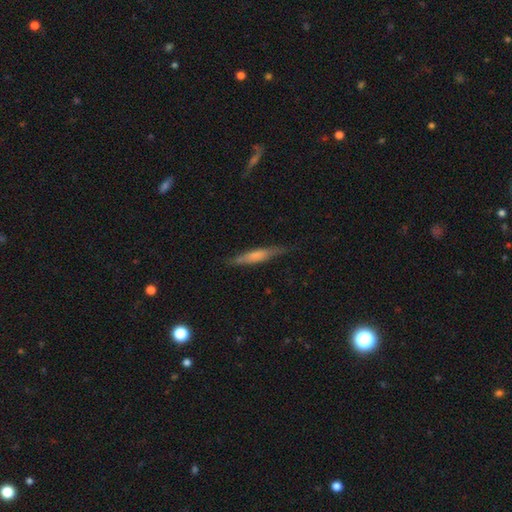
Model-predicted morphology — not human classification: Q: Smooth or featured?
A: smooth (54%); runner-up: featured or disk (39%)
Q: How rounded?
A: cigar-shaped (88%); runner-up: in between (11%)
Q: Merging?
A: none (78%); runner-up: minor disturbance (16%)